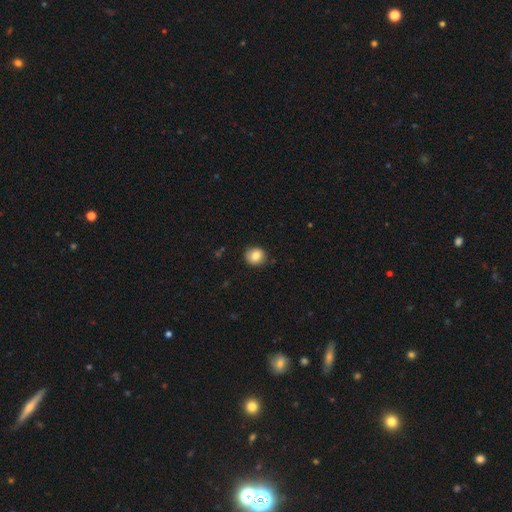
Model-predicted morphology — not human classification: This appears to be a smooth galaxy with no disk features (84%) that is round (84%). Merging: none (86%).